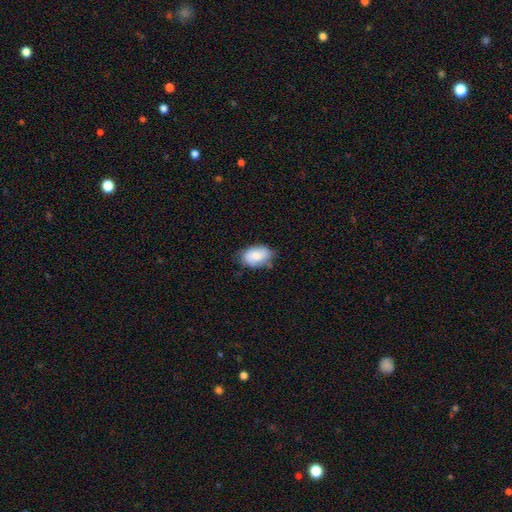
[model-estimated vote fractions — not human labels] Smooth or featured: smooth — 75% (featured or disk — 18%)
How rounded: in between — 88% (round — 11%)
Merging: none — 67% (minor disturbance — 26%)